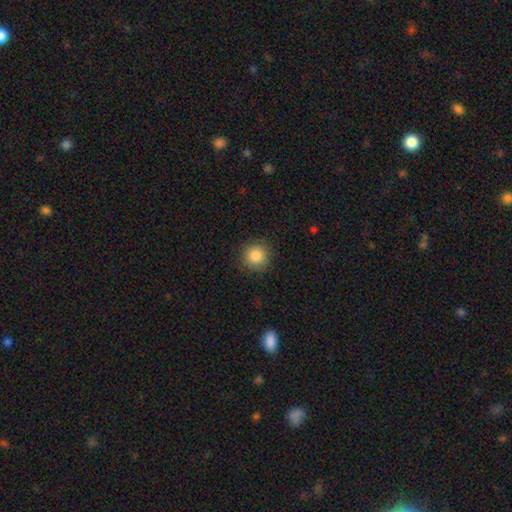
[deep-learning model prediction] smooth-or-featured: smooth: 86% | star or artifact: 10% | featured or disk: 4%
  how-rounded: round: 94% | in between: 5% | cigar-shaped: 1%
  merging: none: 89% | minor disturbance: 7% | major disturbance: 2% | merger: 1%